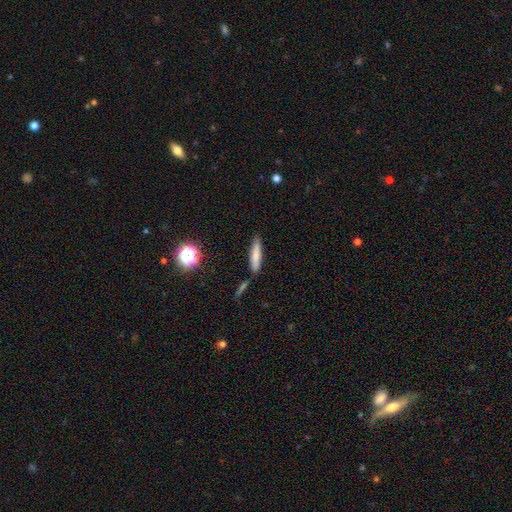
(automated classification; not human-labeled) The model was most divided on "smooth or featured": smooth: 78%, featured or disk: 14%, star or artifact: 9%. More confident: how rounded — cigar-shaped (82%); merging — none (80%).